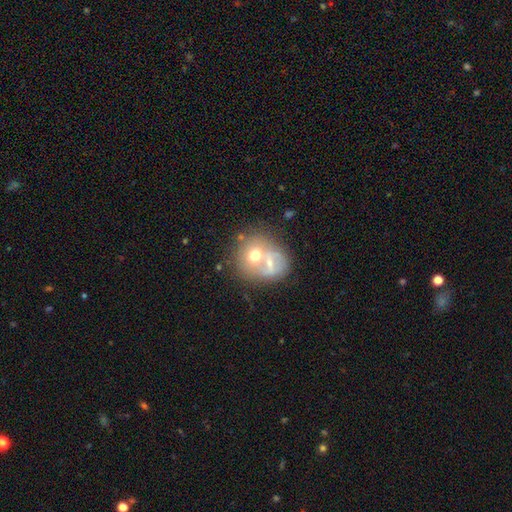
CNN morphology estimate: Smooth or featured: smooth — 55% (featured or disk — 35%)
How rounded: round — 77% (in between — 22%)
Merging: merger — 52% (none — 31%)